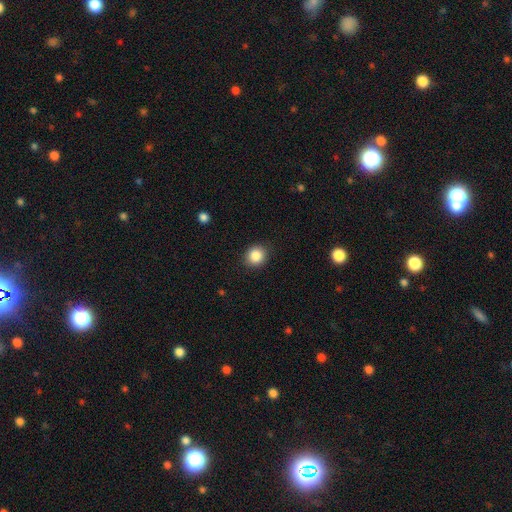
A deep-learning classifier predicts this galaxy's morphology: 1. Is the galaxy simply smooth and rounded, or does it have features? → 86% smooth, 10% star or artifact, 4% featured or disk.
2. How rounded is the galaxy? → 84% round, 15% in between, 1% cigar-shaped.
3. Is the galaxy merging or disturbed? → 90% none, 7% minor disturbance, 2% major disturbance, 1% merger.